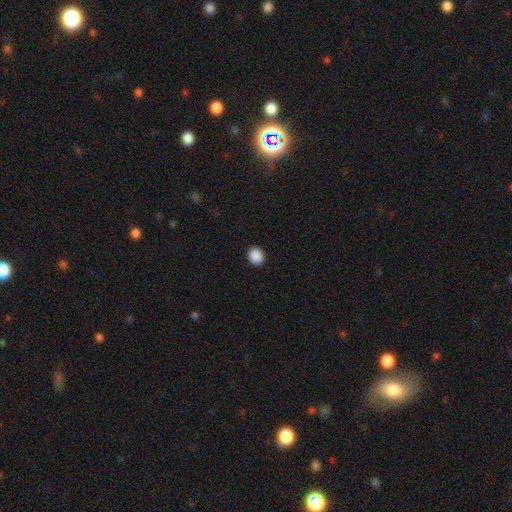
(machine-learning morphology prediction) A smooth galaxy with no disk features (89%) that is round (64%).

Vote fractions:
- Smooth or featured? smooth: 89% / star or artifact: 9% / featured or disk: 2%
- How rounded? round: 64% / in between: 35% / cigar-shaped: 1%
- Merging? none: 92% / minor disturbance: 5% / major disturbance: 2% / merger: 1%